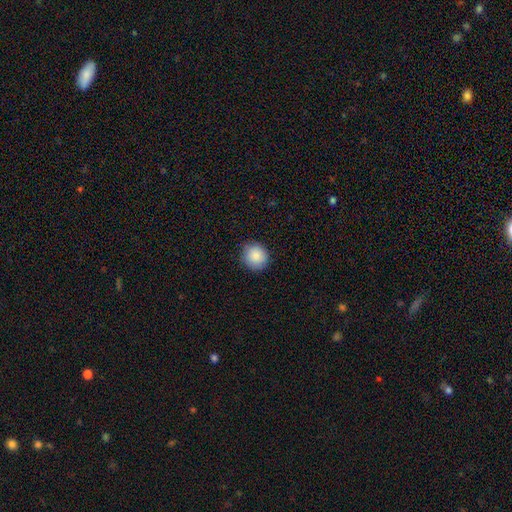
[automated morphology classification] smooth 88%, star or artifact 8%, featured or disk 5%. Down the decision tree: how rounded — round (88%); merging — none (88%).